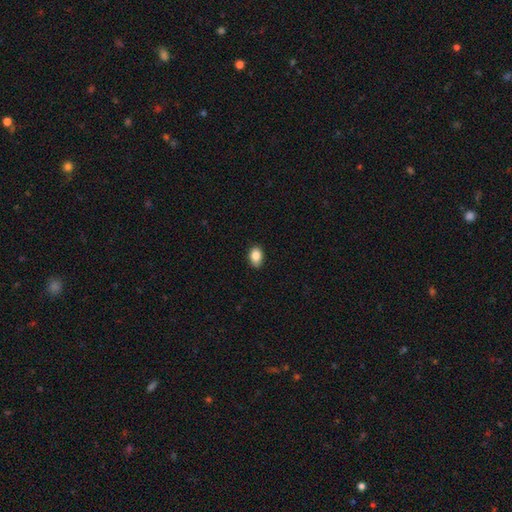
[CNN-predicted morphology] smooth_or_featured: smooth (p=0.86) [alt: star or artifact p=0.08]
how_rounded: in between (p=0.77) [alt: round p=0.22]
merging: none (p=0.84) [alt: minor disturbance p=0.13]